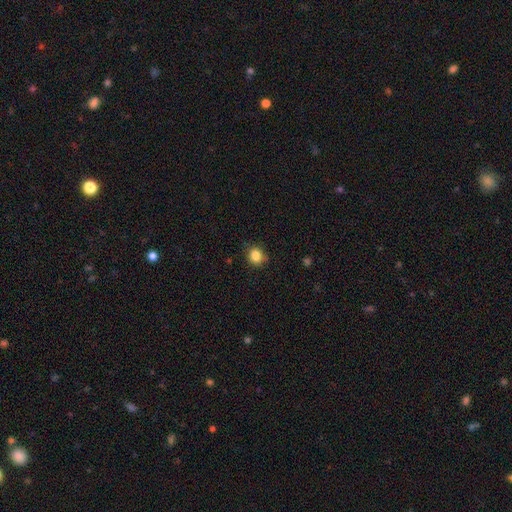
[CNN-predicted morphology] This is clearly a smooth galaxy (85%). How rounded: likely round (77%). Merging: clearly none (81%).